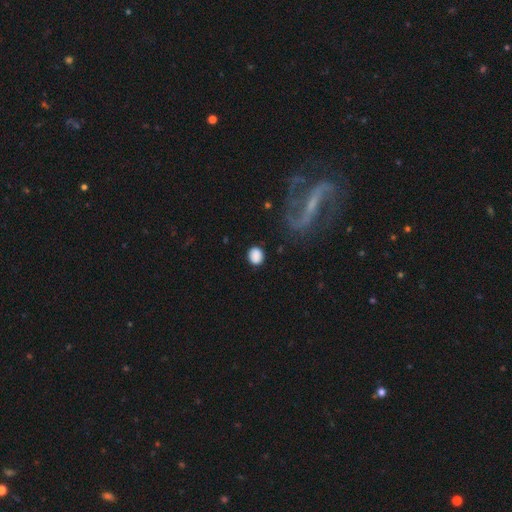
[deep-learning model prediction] Overall: smooth (84%). How rounded: round (70%). Merging: none (81%).